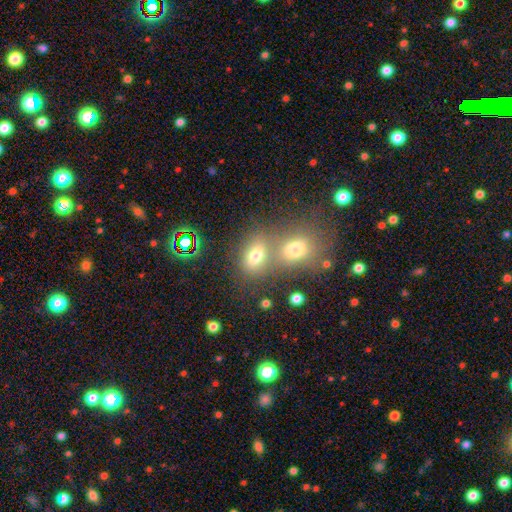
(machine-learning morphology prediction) Smooth or featured? Predicted: smooth (p=0.69). How rounded? Predicted: in between (p=0.66). Merging? Predicted: merger (p=0.44).